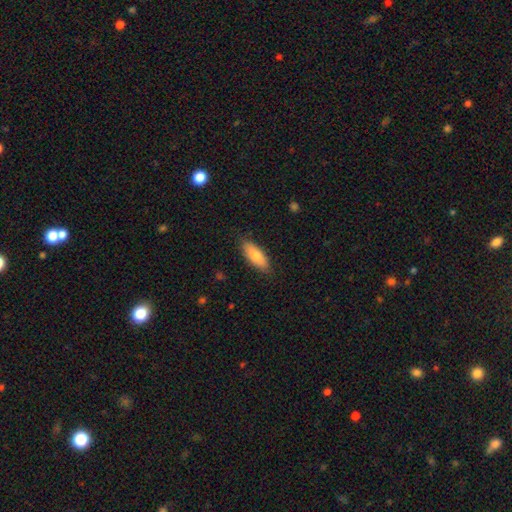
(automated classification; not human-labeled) smooth-or-featured: smooth: 79% | featured or disk: 15% | star or artifact: 6%
  how-rounded: in between: 71% | cigar-shaped: 27% | round: 2%
  merging: none: 85% | minor disturbance: 12% | major disturbance: 2% | merger: 1%